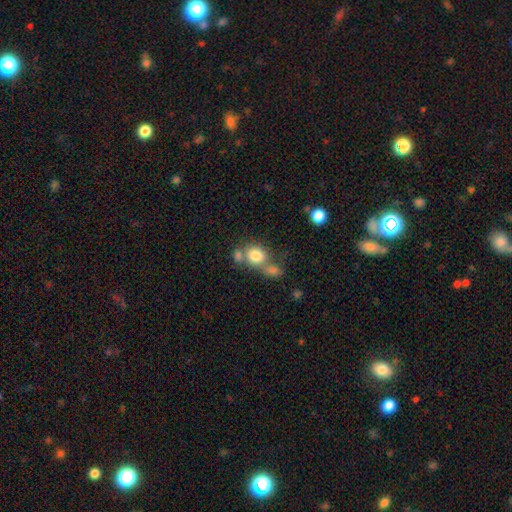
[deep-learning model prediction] Overall: smooth (79%). How rounded: round (65%; in between 33%). Merging: merger (42%; none 40%).